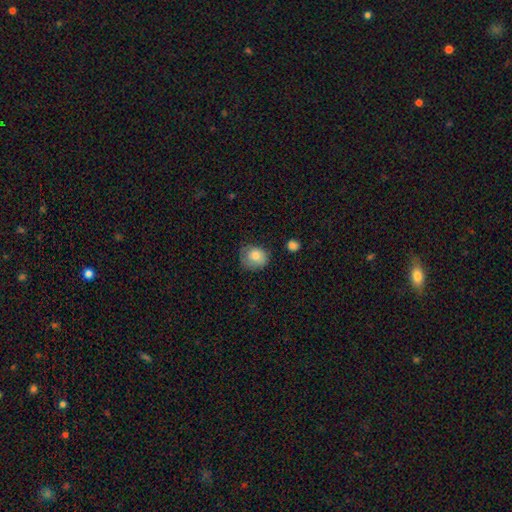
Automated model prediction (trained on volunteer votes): smooth-or-featured: smooth: 80% | featured or disk: 12% | star or artifact: 8%
  how-rounded: round: 70% | in between: 30% | cigar-shaped: 1%
  merging: none: 58% | minor disturbance: 30% | major disturbance: 10% | merger: 2%